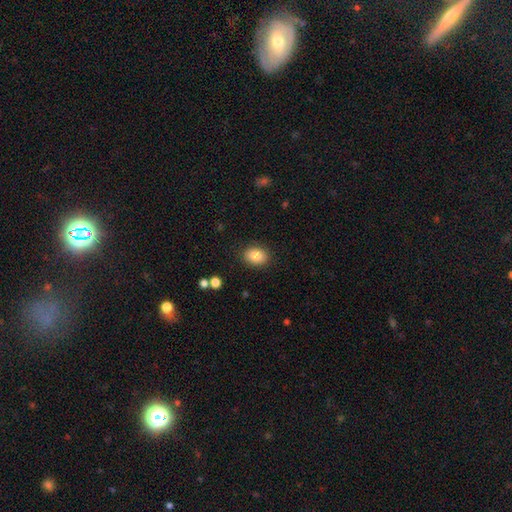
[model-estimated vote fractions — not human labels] This is clearly a smooth galaxy (86%). How rounded: likely in between (69%). Merging: clearly none (87%).